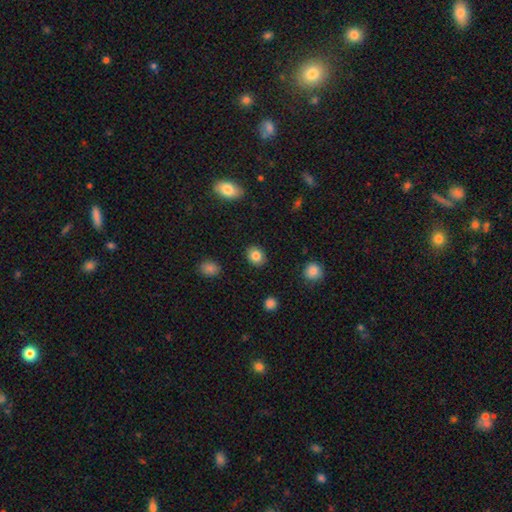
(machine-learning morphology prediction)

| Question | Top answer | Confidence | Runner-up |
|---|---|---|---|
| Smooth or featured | smooth | 83% | star or artifact (10%) |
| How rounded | round | 57% | in between (42%) |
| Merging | none | 90% | minor disturbance (7%) |